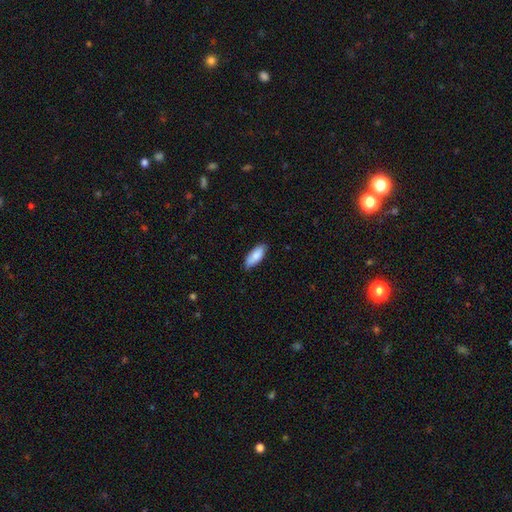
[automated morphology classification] The model was most divided on "how rounded": in between: 71%, cigar-shaped: 27%, round: 2%. More confident: smooth or featured — smooth (86%); merging — none (85%).